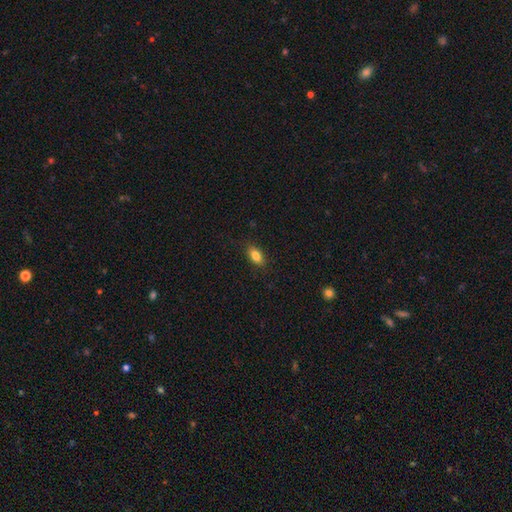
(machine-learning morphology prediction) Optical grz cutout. It shows a smooth galaxy with no disk features (82%) that is in between round and cigar-shaped (86%). Merging: none (86%).